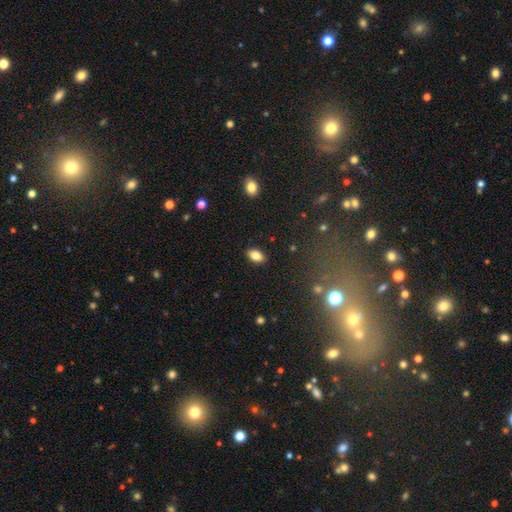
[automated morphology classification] Q: Smooth or featured?
A: smooth (83%); runner-up: star or artifact (9%)
Q: How rounded?
A: in between (90%); runner-up: round (8%)
Q: Merging?
A: none (89%); runner-up: minor disturbance (8%)